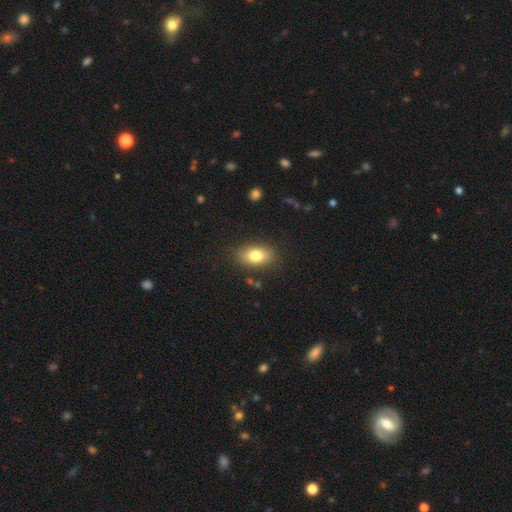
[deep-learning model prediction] A smooth galaxy with no disk features (79%) that is in between round and cigar-shaped (87%). Merging: none (84%).